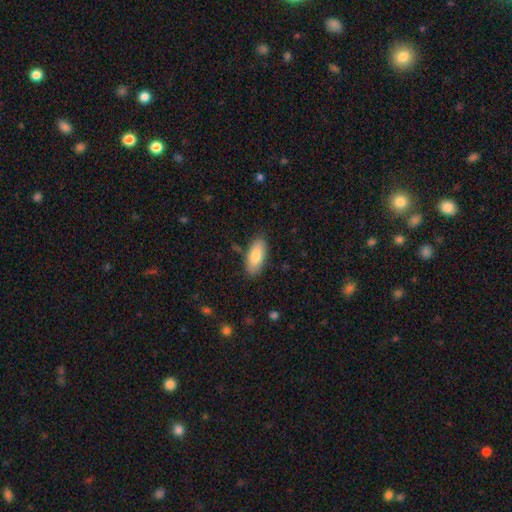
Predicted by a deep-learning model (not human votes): Smooth or featured? Predicted: smooth (p=0.82). How rounded? Predicted: in between (p=0.86). Merging? Predicted: none (p=0.84).